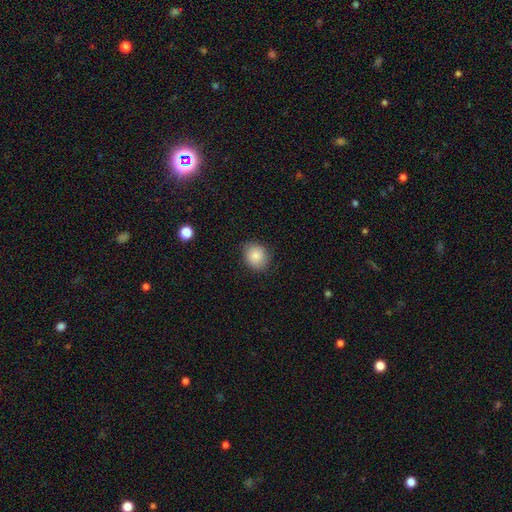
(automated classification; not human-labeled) Morphology: type=smooth (85%); roundness=round (69%); merging=none (81%).